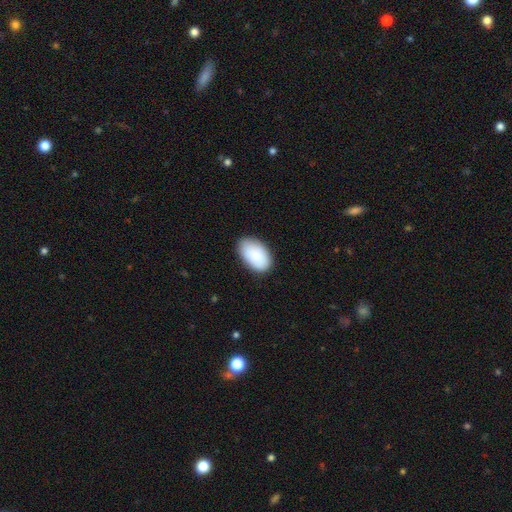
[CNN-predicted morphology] Overall: smooth (90%). How rounded: in between (94%). Merging: none (84%).